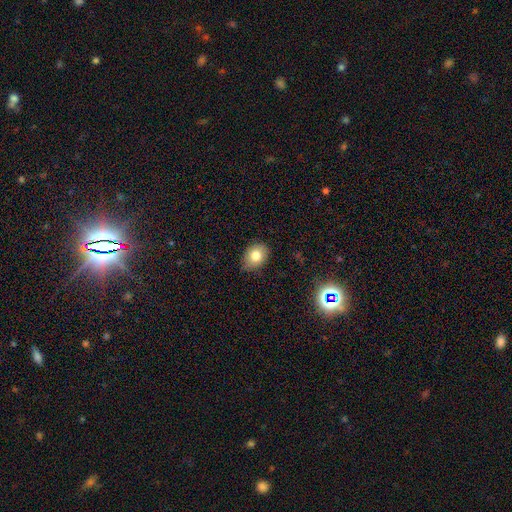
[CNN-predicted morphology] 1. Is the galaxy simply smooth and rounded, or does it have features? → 77% smooth, 12% featured or disk, 10% star or artifact.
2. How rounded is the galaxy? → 64% in between, 35% round, 1% cigar-shaped.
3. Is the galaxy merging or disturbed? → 75% none, 20% minor disturbance, 3% major disturbance, 1% merger.